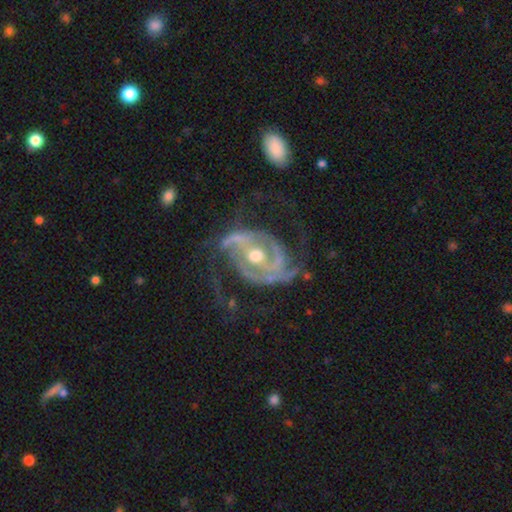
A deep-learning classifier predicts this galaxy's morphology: The model was most divided on "spiral winding": medium: 43%, tight: 39%, loose: 18%. Remaining: edge-on disk — no (97%); spiral arms — yes (94%); smooth or featured — featured or disk (90%); bulge size — moderate (73%); spiral arm count — 2 (55%); merging — none (52%); bar — no (41%).